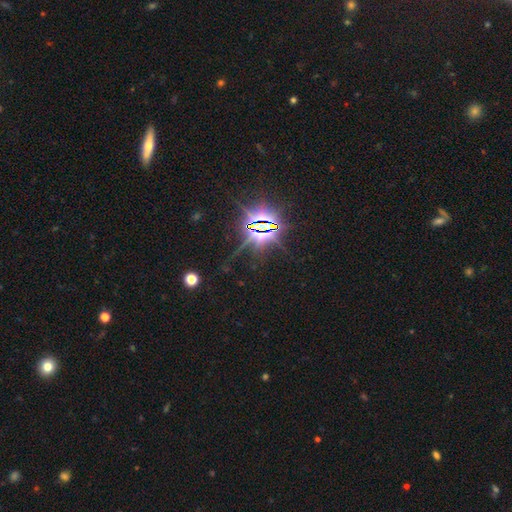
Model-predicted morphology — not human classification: Smooth or featured?
  - star or artifact: 85% *
  - smooth: 7%
  - featured or disk: 7%